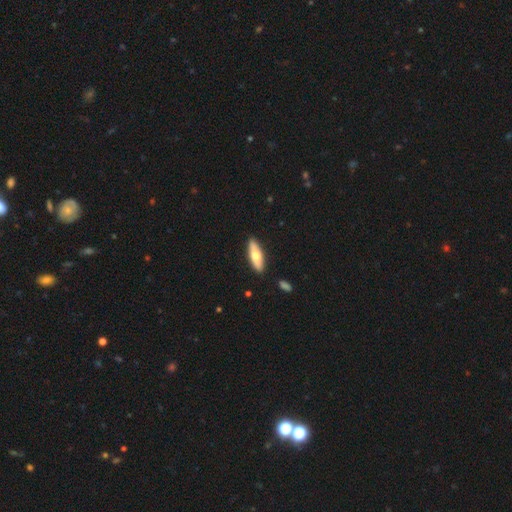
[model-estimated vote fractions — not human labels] Smooth or featured: smooth — 58% (featured or disk — 37%)
How rounded: in between — 53% (cigar-shaped — 45%)
Merging: none — 87% (minor disturbance — 9%)